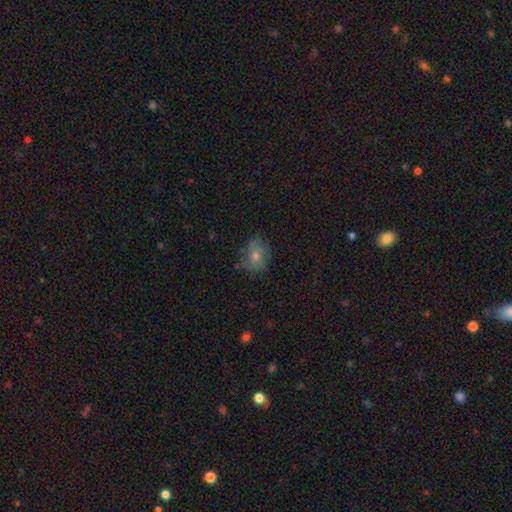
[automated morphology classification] Smooth or featured: smooth — 52% (featured or disk — 33%)
How rounded: round — 52% (in between — 47%)
Merging: none — 71% (minor disturbance — 21%)